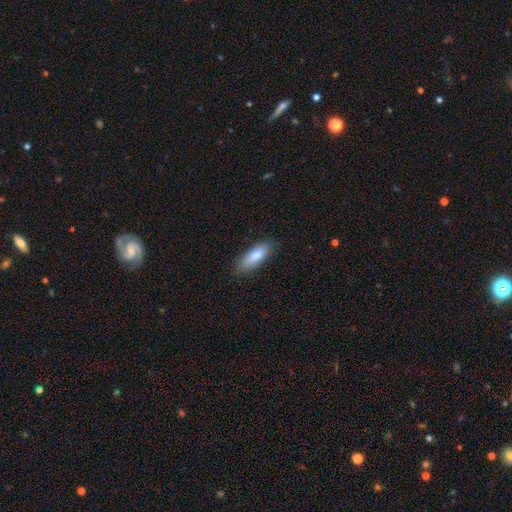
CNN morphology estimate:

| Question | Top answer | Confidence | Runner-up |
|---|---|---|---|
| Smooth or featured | smooth | 83% | featured or disk (11%) |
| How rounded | in between | 60% | cigar-shaped (38%) |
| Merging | none | 82% | minor disturbance (14%) |